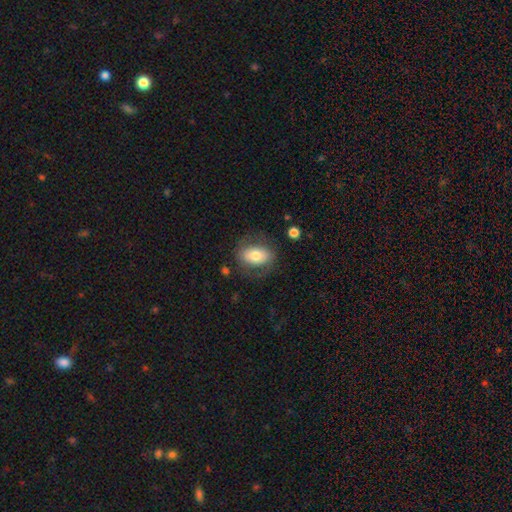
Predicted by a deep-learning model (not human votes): Smooth or featured? Predicted: smooth (p=0.65). How rounded? Predicted: in between (p=0.80). Merging? Predicted: none (p=0.70).